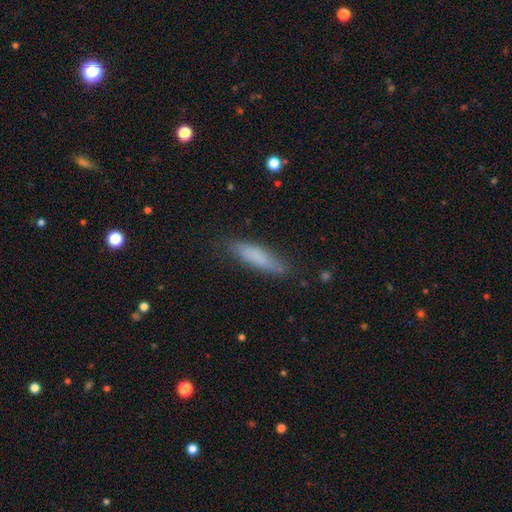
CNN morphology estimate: This is likely a smooth galaxy (78%). How rounded: likely cigar-shaped (73%). Merging: likely none (80%).